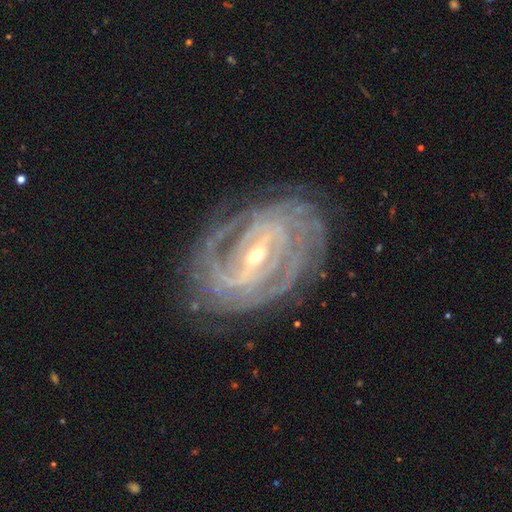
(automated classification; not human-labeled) This is clearly a featured or disk galaxy (91%). It is clearly not viewed edge-on (96%). Bar: possibly strong (56%). Spiral arm pattern: clearly yes (98%). Spiral arm count: marginally can't tell (23%). Spiral winding: likely tight (78%). Central bulge: possibly small (59%). Merging: clearly none (81%).